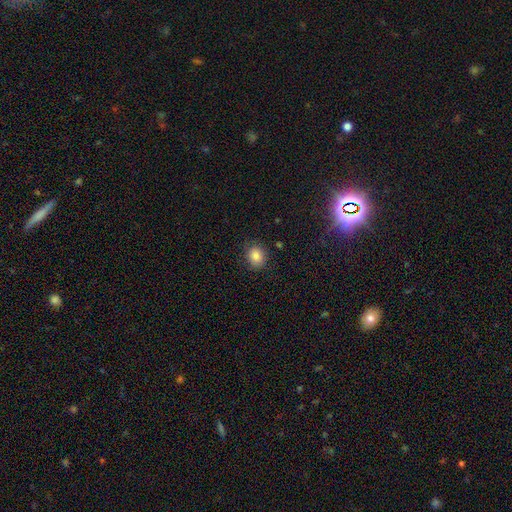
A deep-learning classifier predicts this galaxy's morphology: This appears to be a smooth galaxy with no disk features (85%) that is round (64%). Merging: none (83%).